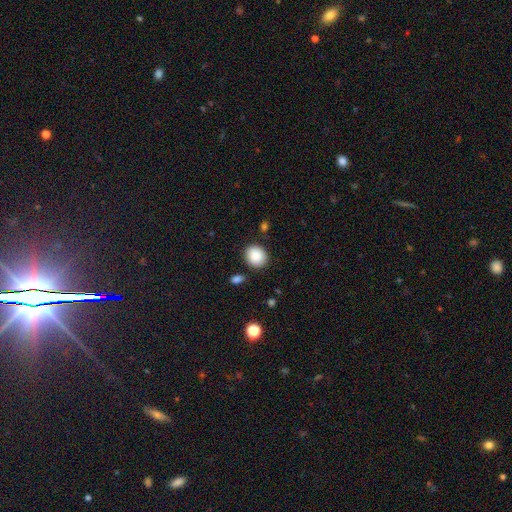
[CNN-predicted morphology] type=smooth (89%); roundness=round (73%); merging=none (85%).